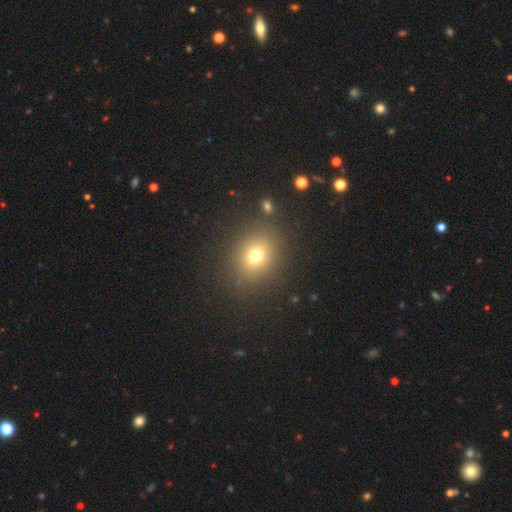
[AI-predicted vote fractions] smooth_or_featured: smooth (p=0.73) [alt: star or artifact p=0.17]
how_rounded: round (p=0.63) [alt: in between p=0.36]
merging: none (p=0.85) [alt: minor disturbance p=0.08]